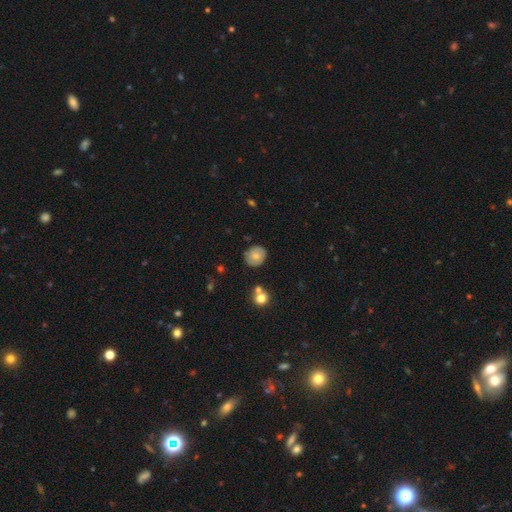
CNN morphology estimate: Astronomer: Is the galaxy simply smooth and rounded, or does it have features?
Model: smooth — 59%.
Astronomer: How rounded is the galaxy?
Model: round — 75%.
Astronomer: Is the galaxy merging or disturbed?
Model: none — 81%.